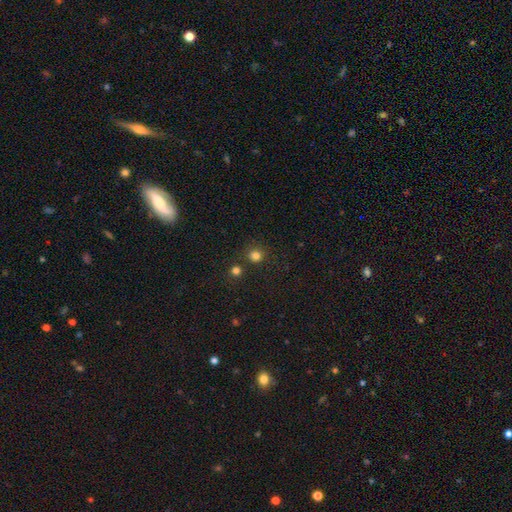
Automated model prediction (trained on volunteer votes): Smooth or featured? smooth (79%)
How rounded? round (91%)
Merging? none (79%)